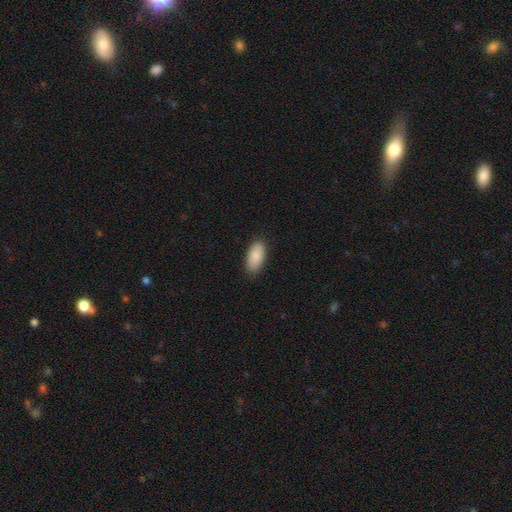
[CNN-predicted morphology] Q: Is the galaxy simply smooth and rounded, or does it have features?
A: smooth — 89%.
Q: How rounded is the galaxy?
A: in between — 92%.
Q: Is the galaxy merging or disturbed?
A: none — 87%.